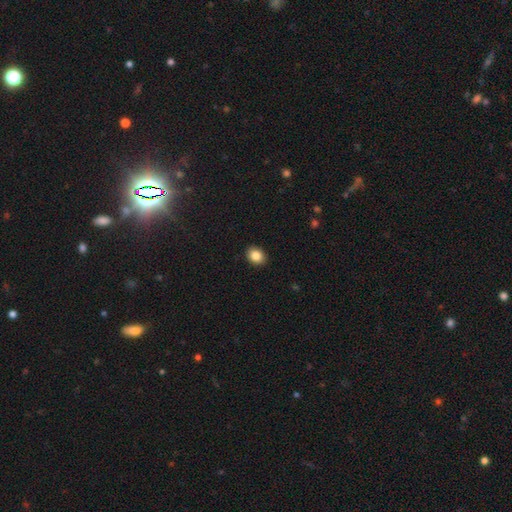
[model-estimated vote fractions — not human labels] Smooth or featured? smooth (86%)
How rounded? in between (53%)
Merging? none (91%)